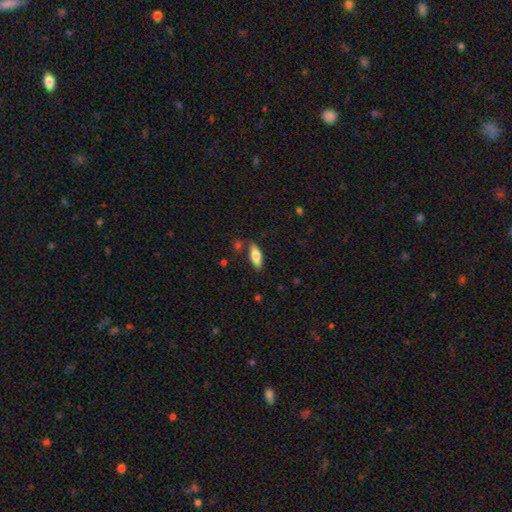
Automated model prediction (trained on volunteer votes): Morphology: type=smooth (76%); roundness=in between (75%); merging=none (77%).